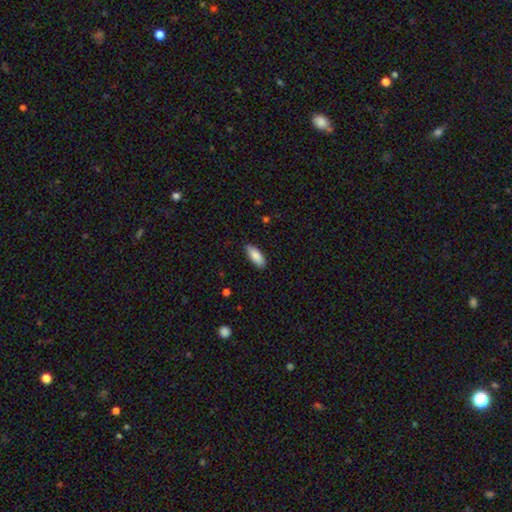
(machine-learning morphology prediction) Q: Smooth or featured?
A: smooth (87%); runner-up: featured or disk (7%)
Q: How rounded?
A: in between (82%); runner-up: cigar-shaped (17%)
Q: Merging?
A: none (84%); runner-up: minor disturbance (13%)